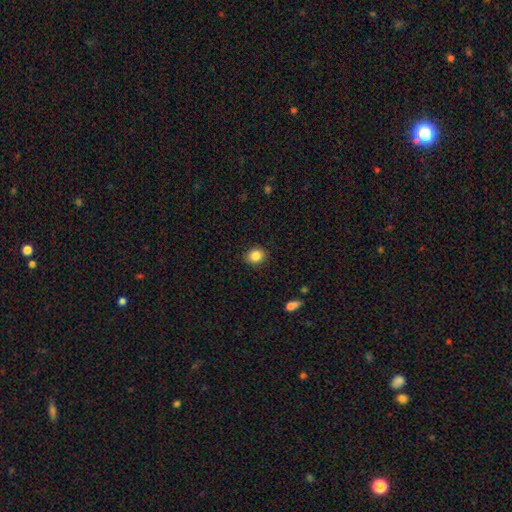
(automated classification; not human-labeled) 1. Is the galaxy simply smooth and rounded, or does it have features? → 85% smooth, 10% star or artifact, 5% featured or disk.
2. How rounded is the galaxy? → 62% round, 37% in between, 1% cigar-shaped.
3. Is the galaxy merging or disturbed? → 90% none, 7% minor disturbance, 2% major disturbance, 1% merger.